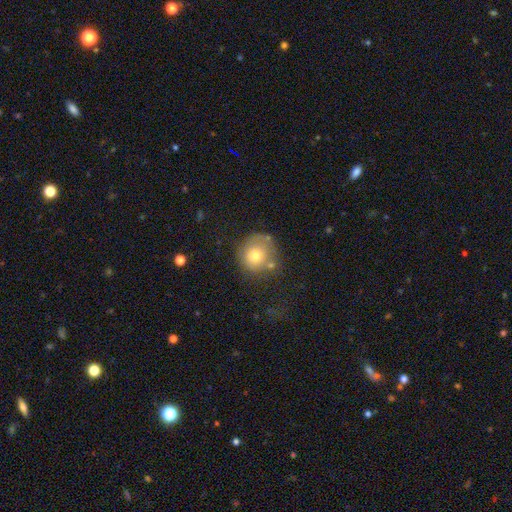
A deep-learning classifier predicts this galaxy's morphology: smooth-or-featured: smooth: 71% | featured or disk: 19% | star or artifact: 10%
  how-rounded: round: 89% | in between: 10% | cigar-shaped: 1%
  merging: none: 57% | minor disturbance: 22% | merger: 11% | major disturbance: 10%